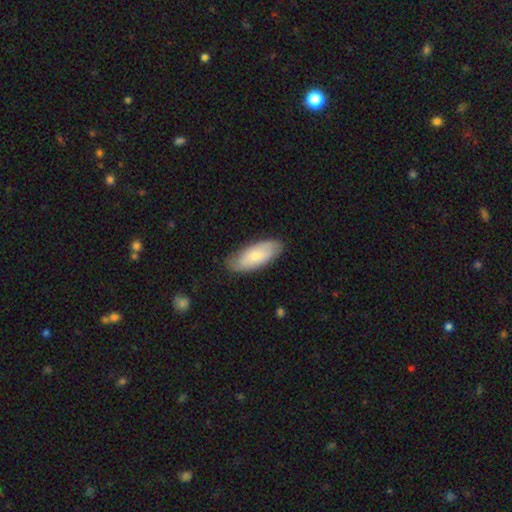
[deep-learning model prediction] A smooth galaxy with no disk features (64%) that is in between round and cigar-shaped (82%).

Vote fractions:
- Smooth or featured? smooth: 64% / featured or disk: 30% / star or artifact: 6%
- How rounded? in between: 82% / cigar-shaped: 16% / round: 2%
- Merging? none: 80% / minor disturbance: 16% / major disturbance: 3% / merger: 1%